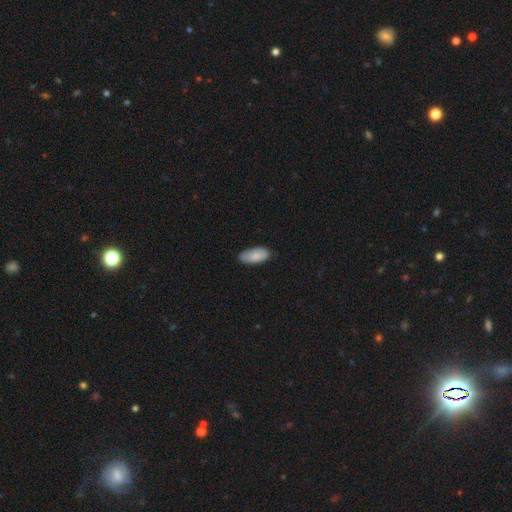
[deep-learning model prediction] Smooth or featured?
  - smooth: 83% *
  - featured or disk: 11%
  - star or artifact: 6%
How rounded?
  - in between: 91% *
  - cigar-shaped: 7%
  - round: 2%
Merging?
  - none: 78% *
  - minor disturbance: 19%
  - major disturbance: 3%
  - merger: 1%